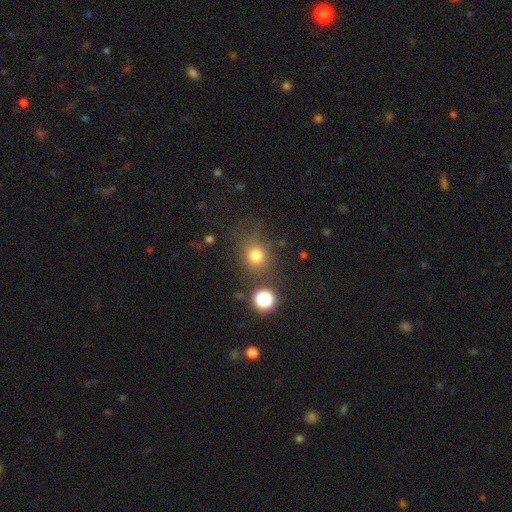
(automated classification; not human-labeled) Smooth or featured?
  - smooth: 76% *
  - star or artifact: 16%
  - featured or disk: 8%
How rounded?
  - round: 76% *
  - in between: 23%
  - cigar-shaped: 1%
Merging?
  - none: 72% *
  - minor disturbance: 14%
  - major disturbance: 8%
  - merger: 6%